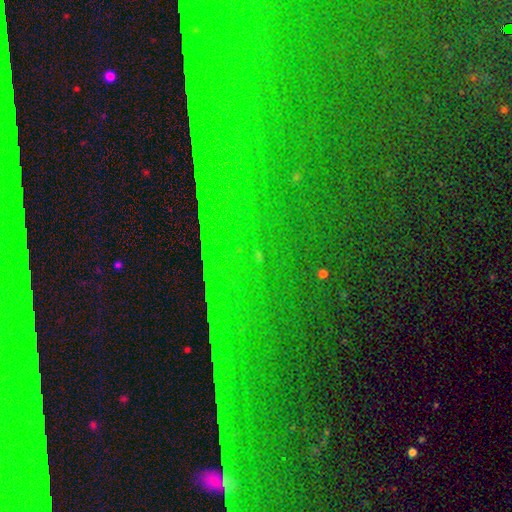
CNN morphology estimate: smooth-or-featured: star or artifact: 85% | featured or disk: 8% | smooth: 7%